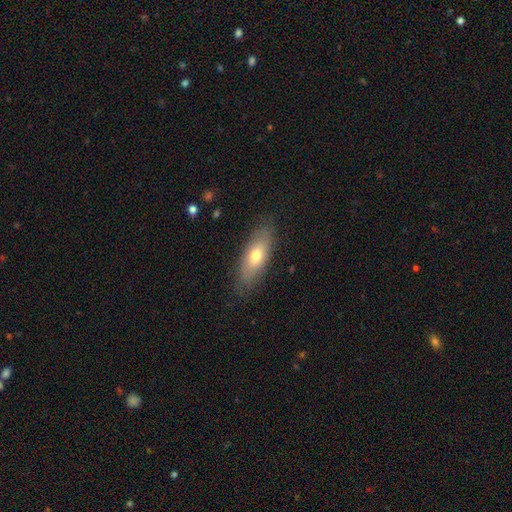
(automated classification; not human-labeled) smooth-or-featured: smooth: 67% | featured or disk: 27% | star or artifact: 7%
  how-rounded: in between: 69% | cigar-shaped: 28% | round: 3%
  merging: none: 82% | minor disturbance: 13% | major disturbance: 4% | merger: 1%